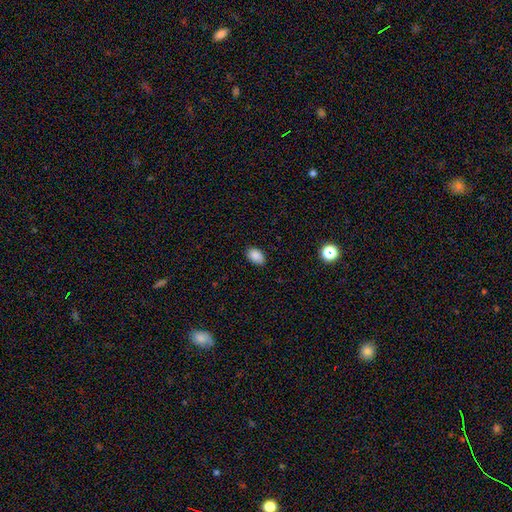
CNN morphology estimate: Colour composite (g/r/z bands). It shows a smooth galaxy with no disk features (87%) that is in between round and cigar-shaped (89%). Merging: none (83%).